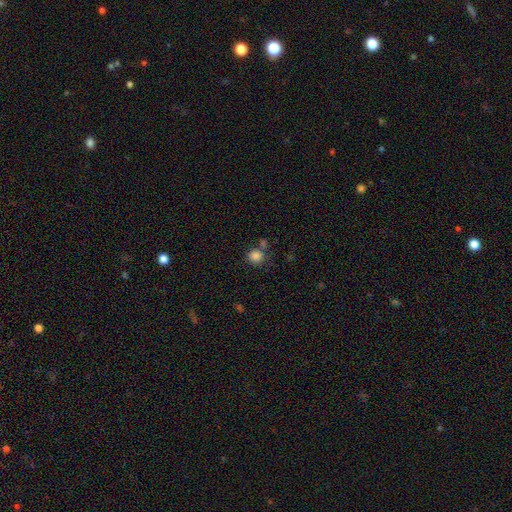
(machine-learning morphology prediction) Smooth or featured: smooth — 85% (star or artifact — 11%)
How rounded: round — 85% (in between — 14%)
Merging: none — 67% (merger — 17%)